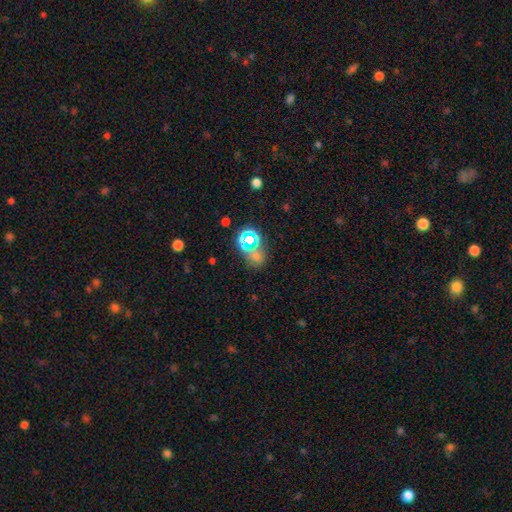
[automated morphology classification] Smooth or featured?
  - star or artifact: 48% *
  - smooth: 38%
  - featured or disk: 14%